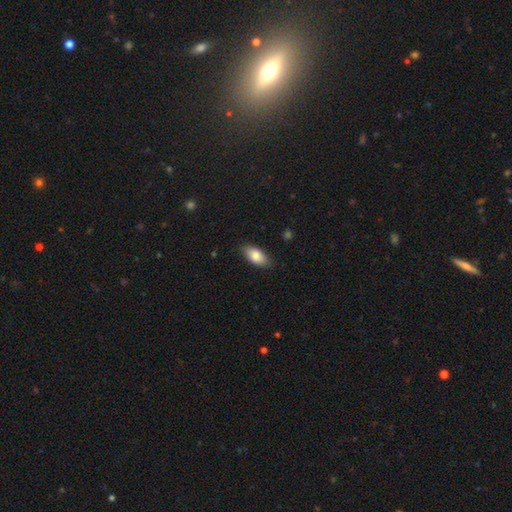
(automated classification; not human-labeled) Smooth or featured? Predicted: smooth (p=0.84). How rounded? Predicted: in between (p=0.91). Merging? Predicted: none (p=0.85).